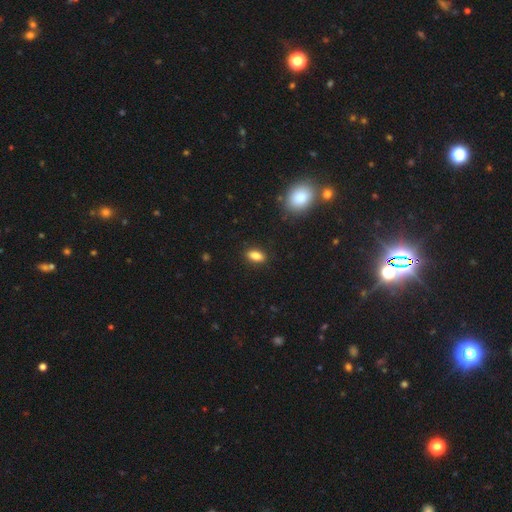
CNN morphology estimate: This is clearly a smooth galaxy (83%). How rounded: clearly in between (85%). Merging: clearly none (88%).